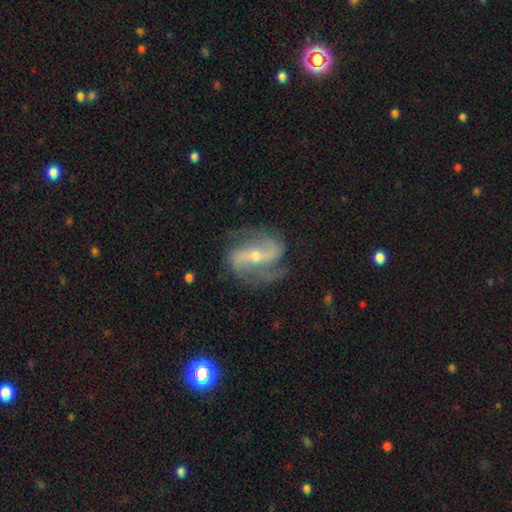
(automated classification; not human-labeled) Smooth or featured? Predicted: featured or disk (p=0.89). Edge-on disk? Predicted: no (p=0.95). Bar? Predicted: strong (p=0.56). Spiral arms? Predicted: yes (p=0.96). Spiral winding? Predicted: loose (p=0.41, tied with medium). Spiral arm count? Predicted: 2 (p=0.86). Bulge size? Predicted: small (p=0.64). Merging? Predicted: none (p=0.77).